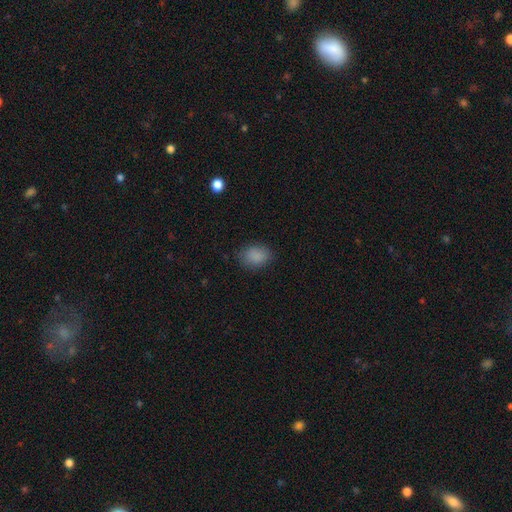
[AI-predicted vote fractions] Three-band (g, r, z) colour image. It shows a smooth galaxy with no disk features (86%) that is in between round and cigar-shaped (66%). Merging: none (80%).